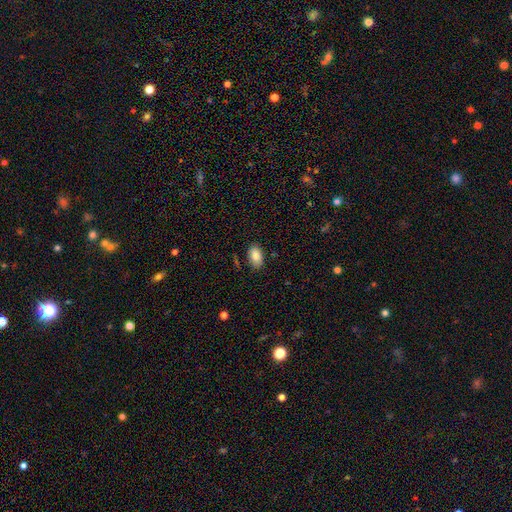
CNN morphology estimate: smooth-or-featured: smooth: 84% | featured or disk: 9% | star or artifact: 8%
  how-rounded: in between: 91% | round: 7% | cigar-shaped: 1%
  merging: none: 82% | minor disturbance: 13% | major disturbance: 3% | merger: 2%